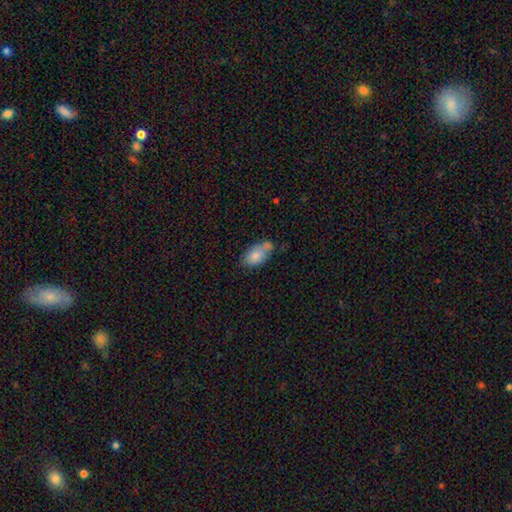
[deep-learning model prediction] A smooth galaxy with no disk features (76%) that is in between round and cigar-shaped (91%).

Vote fractions:
- Smooth or featured? smooth: 76% / featured or disk: 17% / star or artifact: 8%
- How rounded? in between: 91% / round: 7% / cigar-shaped: 3%
- Merging? none: 43% / minor disturbance: 25% / merger: 24% / major disturbance: 7%